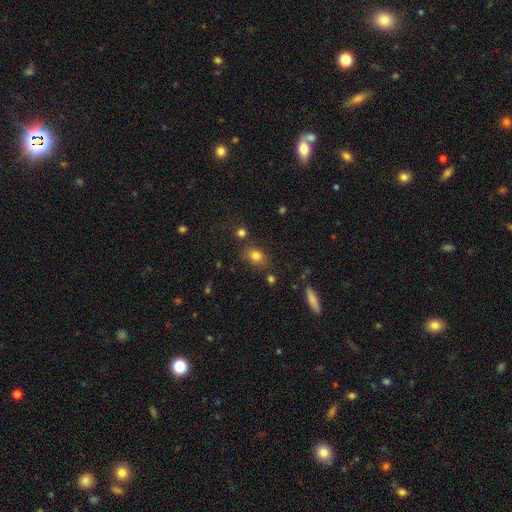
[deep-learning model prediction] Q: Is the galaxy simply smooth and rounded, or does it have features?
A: smooth — 79%.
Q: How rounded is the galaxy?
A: in between — 62%.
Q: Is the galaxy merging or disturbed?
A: none — 72%.